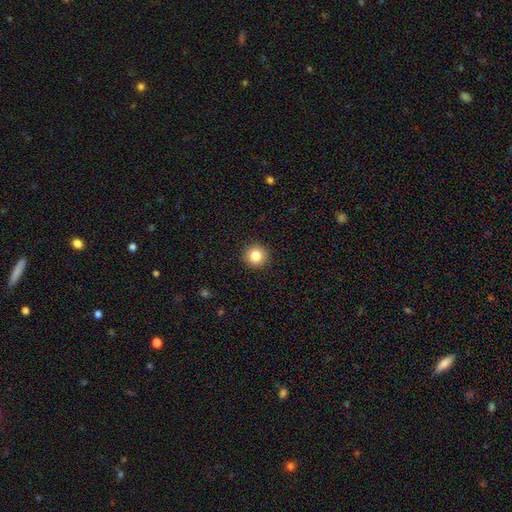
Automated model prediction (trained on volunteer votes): Overall: smooth (83%). How rounded: round (95%). Merging: none (93%).